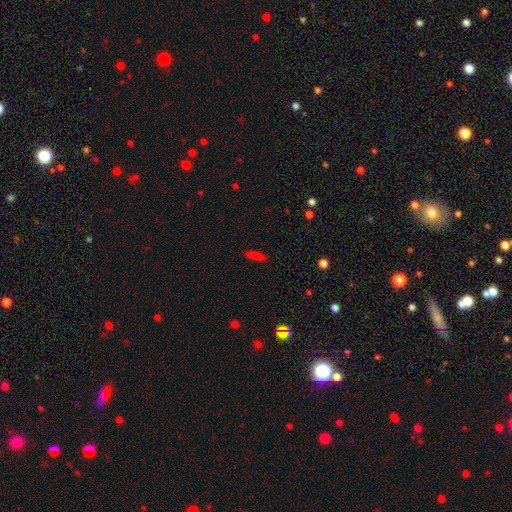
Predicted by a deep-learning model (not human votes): Smooth or featured?
  - smooth: 78% *
  - star or artifact: 13%
  - featured or disk: 9%
How rounded?
  - cigar-shaped: 53% *
  - in between: 44%
  - round: 3%
Merging?
  - none: 87% *
  - minor disturbance: 9%
  - major disturbance: 2%
  - merger: 1%